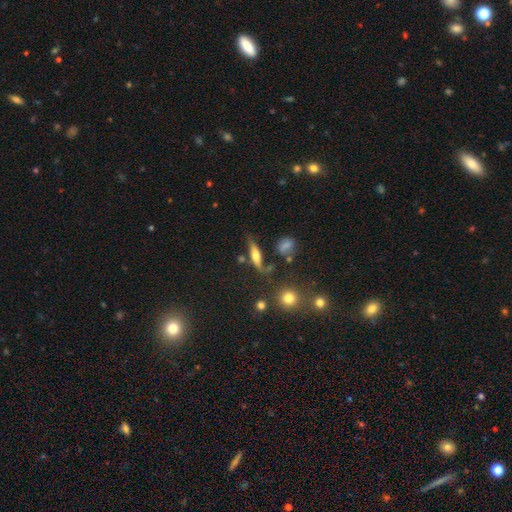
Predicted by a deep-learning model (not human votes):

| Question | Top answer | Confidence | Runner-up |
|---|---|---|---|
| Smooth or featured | featured or disk | 47% | smooth (43%) |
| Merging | none | 62% | minor disturbance (21%) |